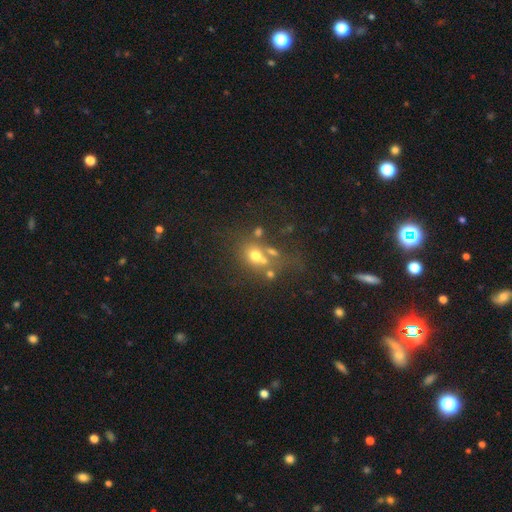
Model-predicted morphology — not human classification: smooth-or-featured: smooth: 58% | star or artifact: 21% | featured or disk: 21%
  how-rounded: round: 67% | in between: 31% | cigar-shaped: 1%
  merging: none: 45% | merger: 32% | minor disturbance: 13% | major disturbance: 10%